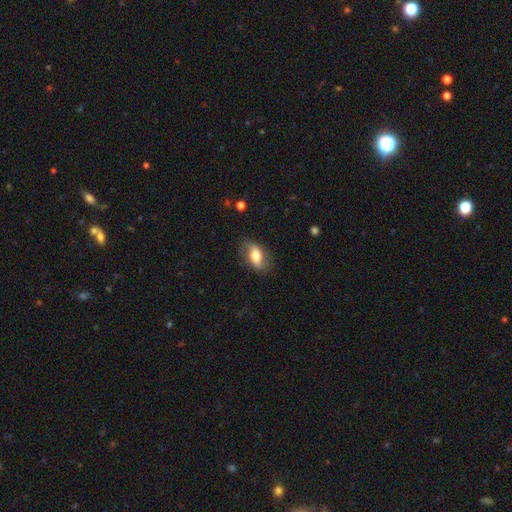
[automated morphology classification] Smooth or featured?
  - smooth: 61% *
  - featured or disk: 32%
  - star or artifact: 7%
How rounded?
  - in between: 86% *
  - round: 8%
  - cigar-shaped: 6%
Merging?
  - none: 76% *
  - minor disturbance: 18%
  - major disturbance: 5%
  - merger: 1%